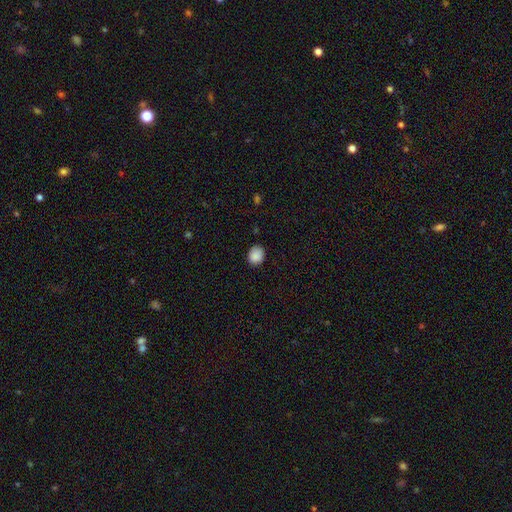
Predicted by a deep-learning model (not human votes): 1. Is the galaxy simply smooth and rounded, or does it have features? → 88% smooth, 9% star or artifact, 3% featured or disk.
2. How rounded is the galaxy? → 66% round, 33% in between, 1% cigar-shaped.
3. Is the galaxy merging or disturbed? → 84% none, 13% minor disturbance, 2% major disturbance, 1% merger.